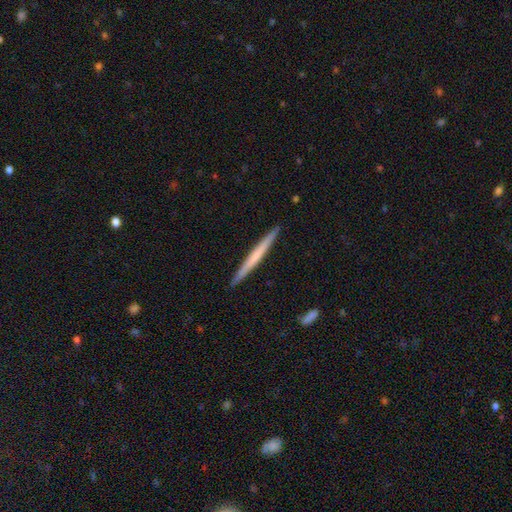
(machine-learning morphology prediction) smooth-or-featured: smooth: 48% | featured or disk: 47% | star or artifact: 5%
  merging: none: 92% | minor disturbance: 5% | major disturbance: 1% | merger: 1%